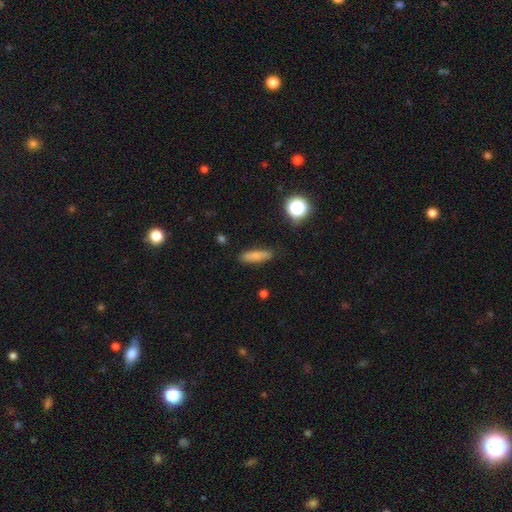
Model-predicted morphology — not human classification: A smooth galaxy with no disk features (80%) that is cigar-shaped (65%).

Vote fractions:
- Smooth or featured? smooth: 80% / featured or disk: 10% / star or artifact: 9%
- How rounded? cigar-shaped: 65% / in between: 32% / round: 3%
- Merging? none: 85% / minor disturbance: 10% / major disturbance: 2% / merger: 2%